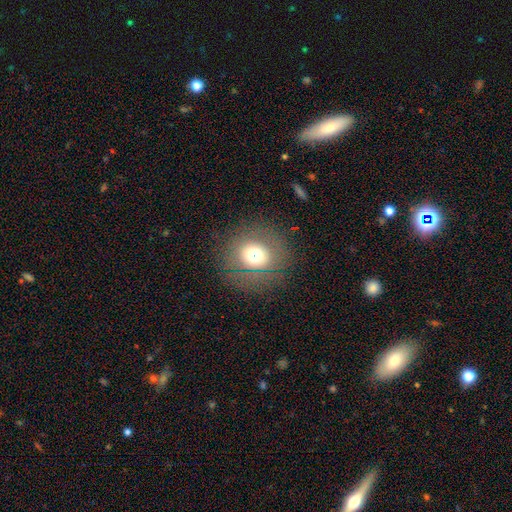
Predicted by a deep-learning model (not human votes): smooth 64%, star or artifact 19%, featured or disk 17%. Down the decision tree: how rounded — round (81%); merging — none (83%).